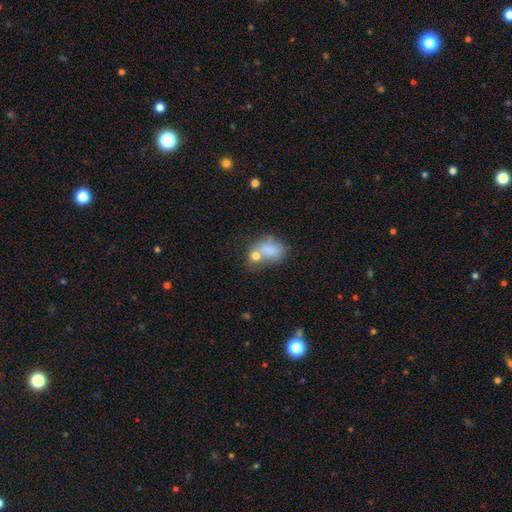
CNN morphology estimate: This appears to be a smooth galaxy with no disk features (56%) that is in between round and cigar-shaped (56%). Merging: merger (42%).